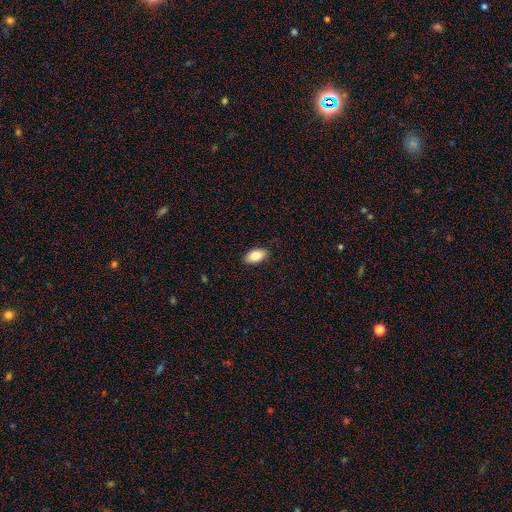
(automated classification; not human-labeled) Q: Smooth or featured?
A: smooth (83%); runner-up: featured or disk (10%)
Q: How rounded?
A: in between (93%); runner-up: round (5%)
Q: Merging?
A: none (89%); runner-up: minor disturbance (9%)